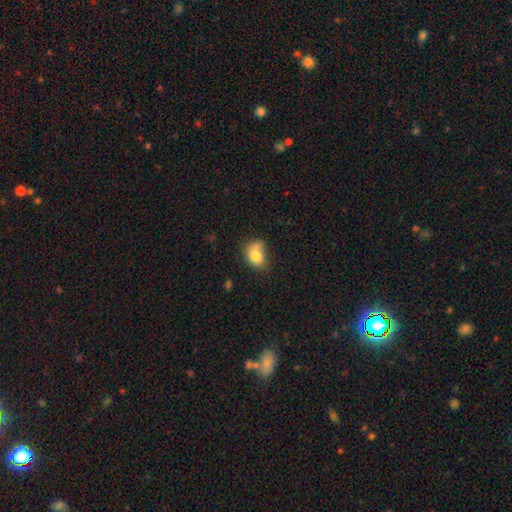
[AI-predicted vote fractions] Morphology: type=smooth (78%); roundness=in between (68%); merging=none (40%).